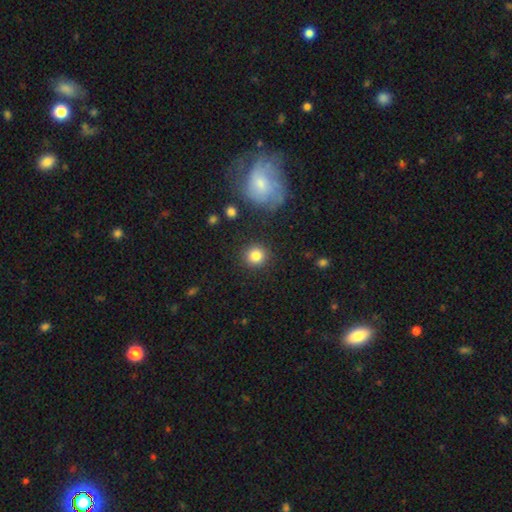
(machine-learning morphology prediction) Smooth or featured?
  - smooth: 84% *
  - star or artifact: 10%
  - featured or disk: 6%
How rounded?
  - round: 91% *
  - in between: 8%
  - cigar-shaped: 1%
Merging?
  - none: 89% *
  - minor disturbance: 6%
  - major disturbance: 3%
  - merger: 2%